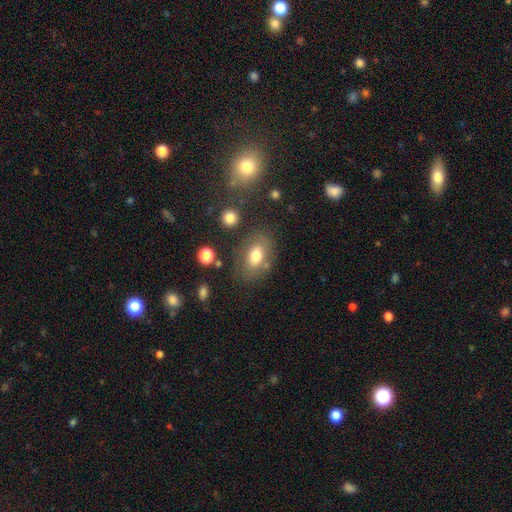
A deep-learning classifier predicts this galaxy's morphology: This appears to be a smooth galaxy with no disk features (72%) that is in between round and cigar-shaped (81%). Merging: none (70%).